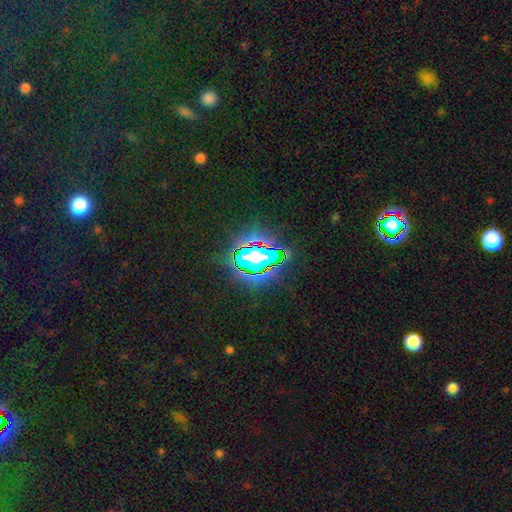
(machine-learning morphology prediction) Smooth or featured: star or artifact — 77% (smooth — 14%)